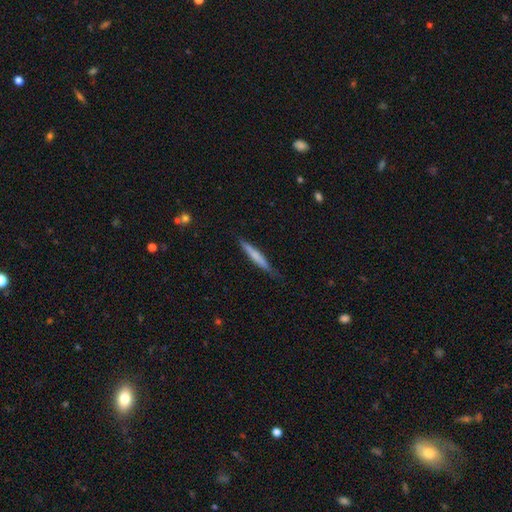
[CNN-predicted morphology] Smooth or featured? smooth (61%)
How rounded? cigar-shaped (95%)
Merging? none (81%)